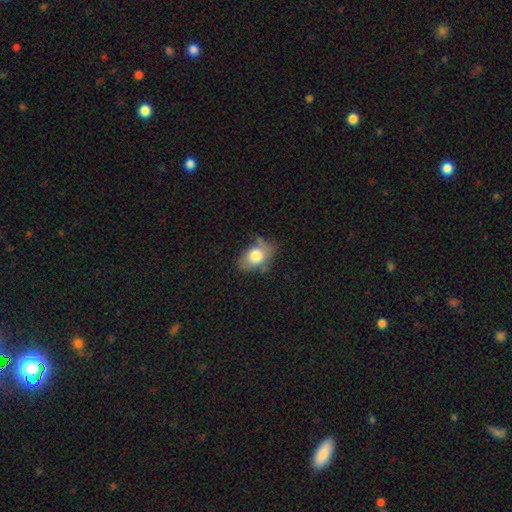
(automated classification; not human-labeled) smooth_or_featured: smooth (p=0.76) [alt: featured or disk p=0.16]
how_rounded: in between (p=0.82) [alt: round p=0.17]
merging: none (p=0.53) [alt: minor disturbance p=0.32]